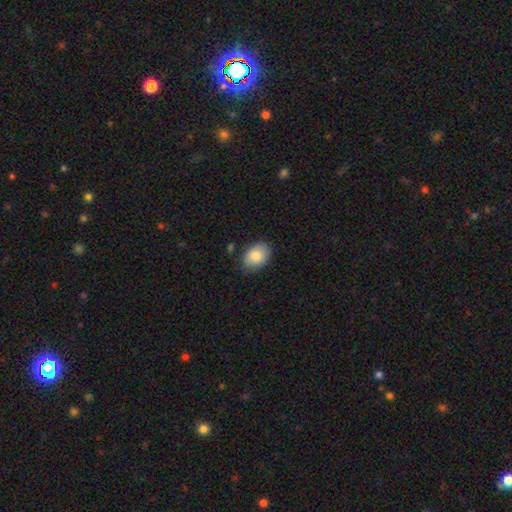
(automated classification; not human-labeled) Smooth or featured? Predicted: smooth (p=0.84). How rounded? Predicted: in between (p=0.78). Merging? Predicted: none (p=0.78).